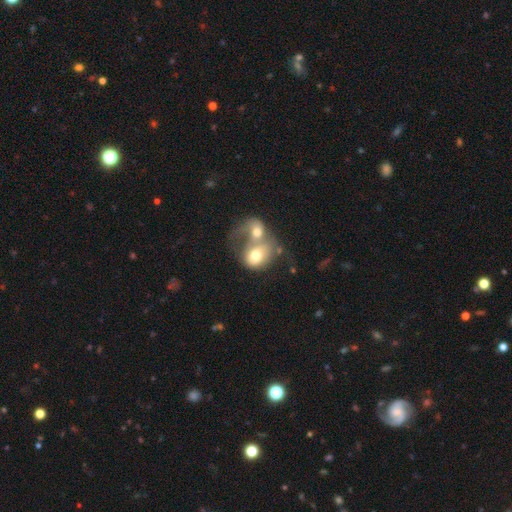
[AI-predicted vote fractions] This appears to be a smooth galaxy with no disk features (63%) that is in between round and cigar-shaped (51%). Merging: merger (79%).